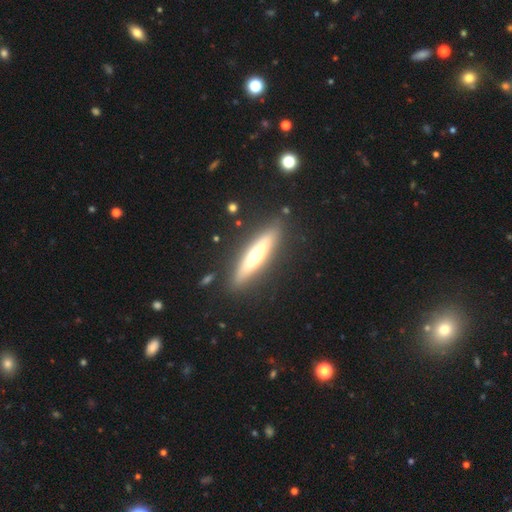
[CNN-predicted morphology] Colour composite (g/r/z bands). It shows a featured or disk galaxy (54%) viewed edge-on (85%). Merging: none (86%).